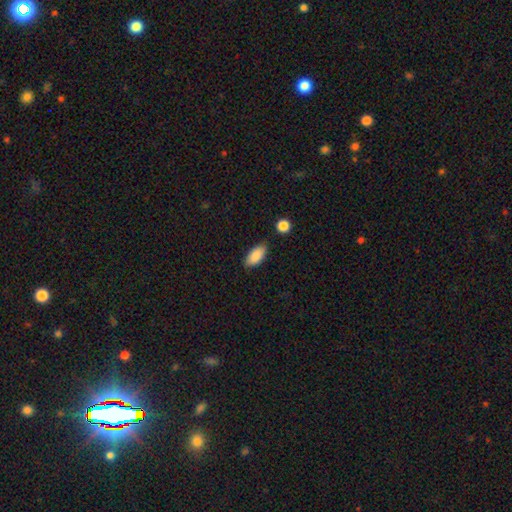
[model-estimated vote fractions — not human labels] Smooth or featured: smooth — 88% (star or artifact — 6%)
How rounded: in between — 90% (cigar-shaped — 8%)
Merging: none — 82% (minor disturbance — 13%)